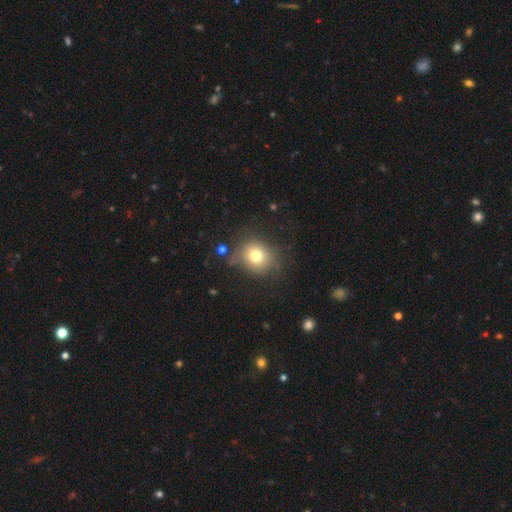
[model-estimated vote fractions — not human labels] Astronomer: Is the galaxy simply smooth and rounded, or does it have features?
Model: smooth — 74%.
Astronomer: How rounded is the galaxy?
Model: round — 80%.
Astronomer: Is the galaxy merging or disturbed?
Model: none — 76%.